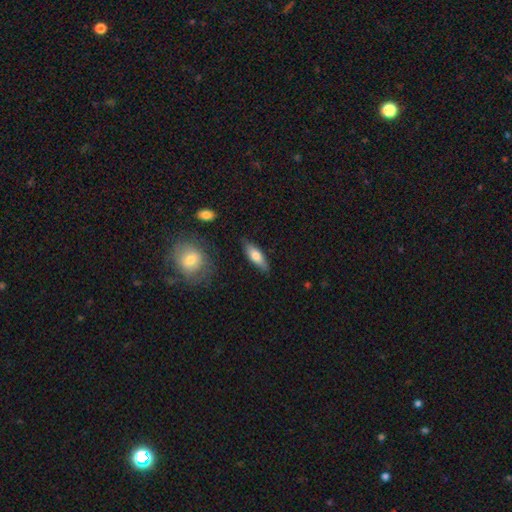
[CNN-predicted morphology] This appears to be a smooth galaxy with no disk features (70%) that is in between round and cigar-shaped (58%). Merging: none (81%).